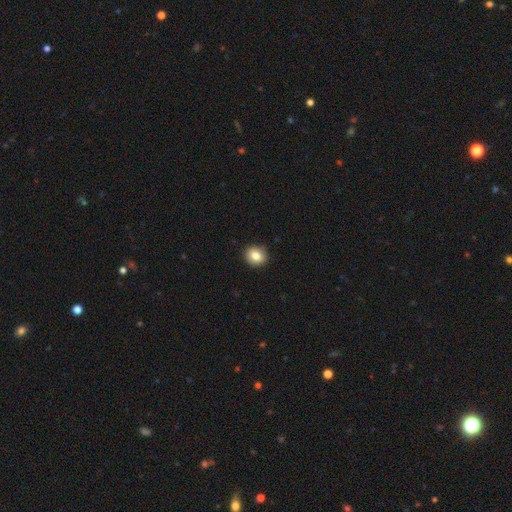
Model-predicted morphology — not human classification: A smooth galaxy with no disk features (83%) that is round (79%).

Vote fractions:
- Smooth or featured? smooth: 83% / star or artifact: 9% / featured or disk: 8%
- How rounded? round: 79% / in between: 20% / cigar-shaped: 1%
- Merging? none: 91% / minor disturbance: 6% / major disturbance: 2% / merger: 1%